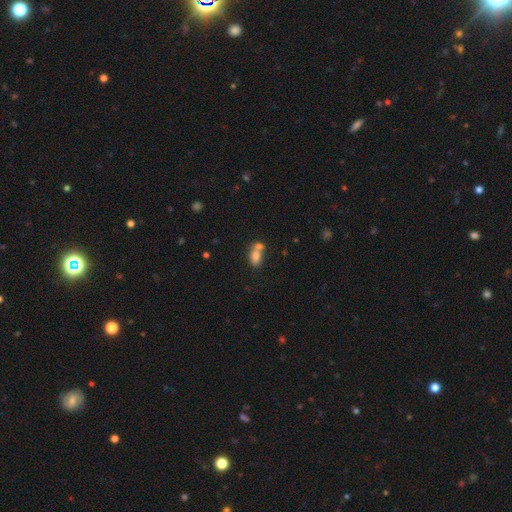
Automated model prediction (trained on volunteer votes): Smooth or featured: smooth — 78% (featured or disk — 12%)
How rounded: in between — 85% (round — 11%)
Merging: merger — 55% (none — 31%)